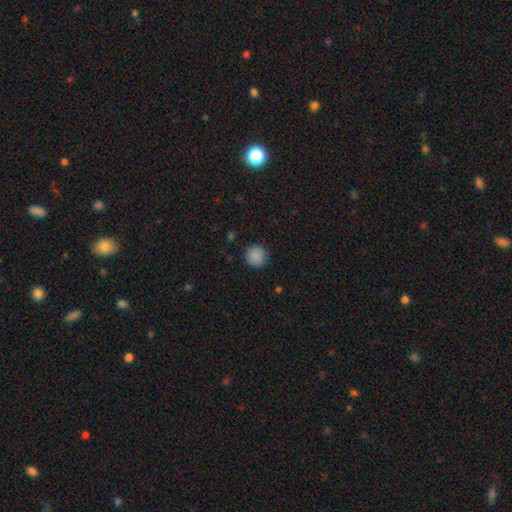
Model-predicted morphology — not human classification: Smooth or featured? Predicted: smooth (p=0.88). How rounded? Predicted: round (p=0.94). Merging? Predicted: none (p=0.90).